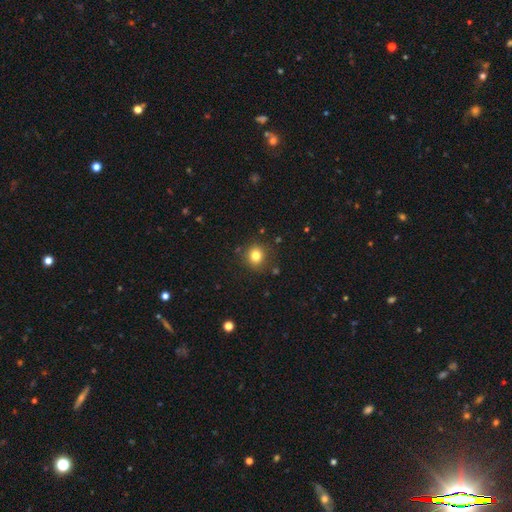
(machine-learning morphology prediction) The model was most divided on "smooth or featured": smooth: 80%, star or artifact: 13%, featured or disk: 7%. More confident: merging — none (87%); how rounded — round (86%).